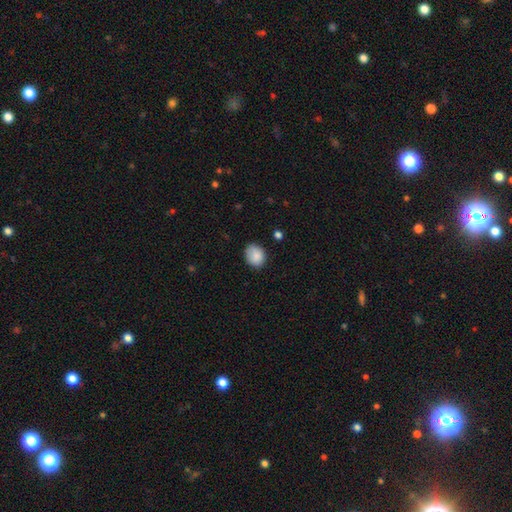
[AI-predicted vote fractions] Overall: smooth (87%). How rounded: round (53%; in between 46%). Merging: none (77%).